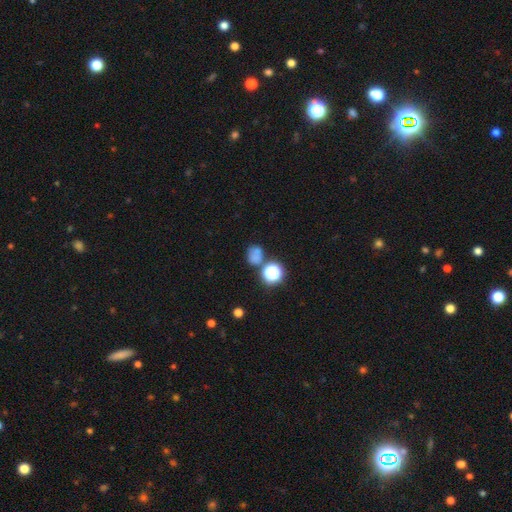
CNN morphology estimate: Smooth or featured? Predicted: smooth (p=0.65). How rounded? Predicted: round (p=0.69). Merging? Predicted: none (p=0.53).